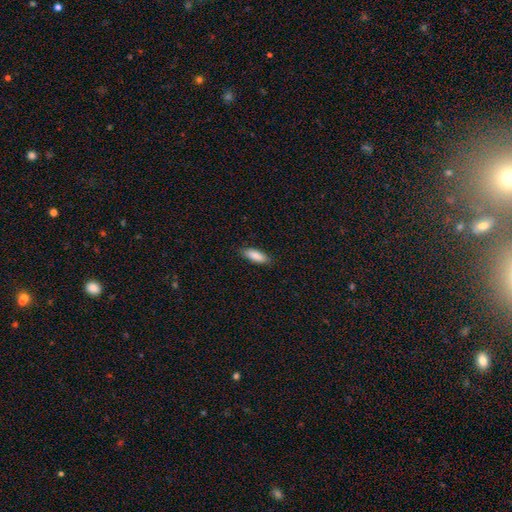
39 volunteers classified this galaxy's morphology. Smooth or featured?
  - smooth: 90% *
  - featured or disk: 5%
  - star or artifact: 5%
How rounded?
  - in between: 80% *
  - cigar-shaped: 20%
  - round: 0%
Merging?
  - none: 86% *
  - minor disturbance: 14%
  - major disturbance: 0%
  - merger: 0%